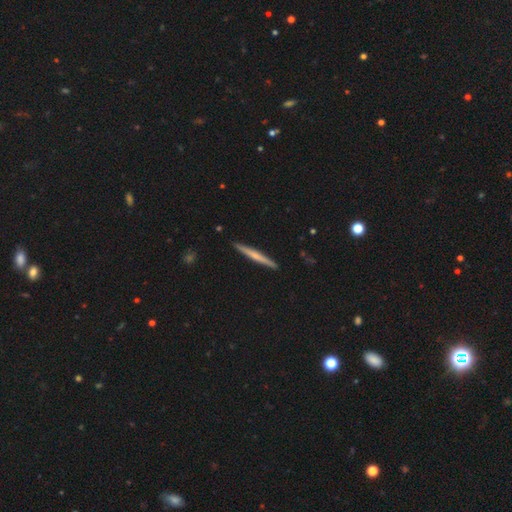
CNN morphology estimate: Overall: smooth (47%, tied with featured or disk). Merging: none (92%).